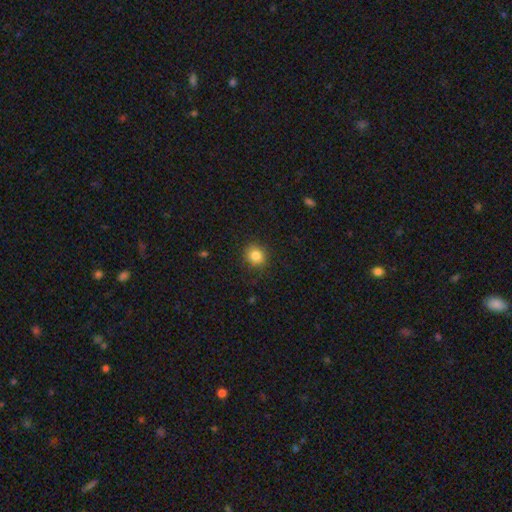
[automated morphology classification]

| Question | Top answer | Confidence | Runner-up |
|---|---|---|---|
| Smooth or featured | smooth | 84% | star or artifact (10%) |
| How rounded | round | 83% | in between (16%) |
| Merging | none | 86% | minor disturbance (10%) |